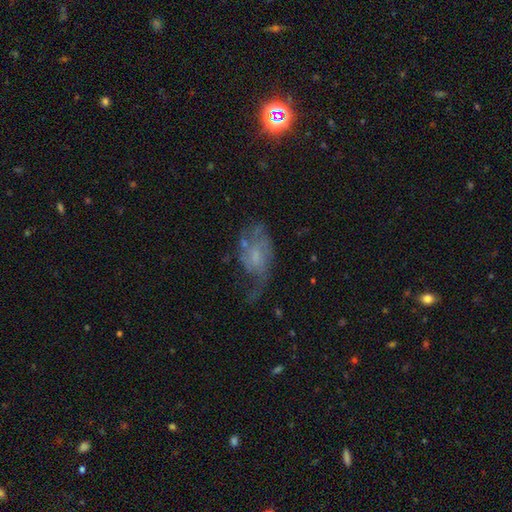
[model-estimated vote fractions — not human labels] featured or disk 63%, smooth 26%, star or artifact 10%. Down the decision tree: edge-on disk — no (96%); bar — no (66%); spiral arms — yes (70%); bulge size — small (46%); merging — major disturbance (37%).